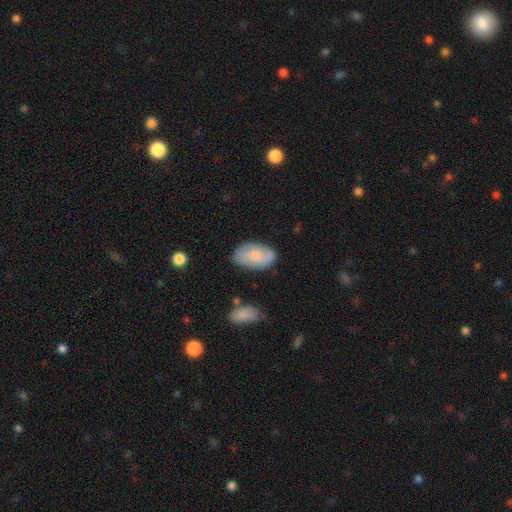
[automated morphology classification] Smooth or featured?
  - smooth: 68% *
  - featured or disk: 26%
  - star or artifact: 6%
How rounded?
  - in between: 93% *
  - round: 5%
  - cigar-shaped: 2%
Merging?
  - none: 75% *
  - minor disturbance: 19%
  - major disturbance: 4%
  - merger: 3%